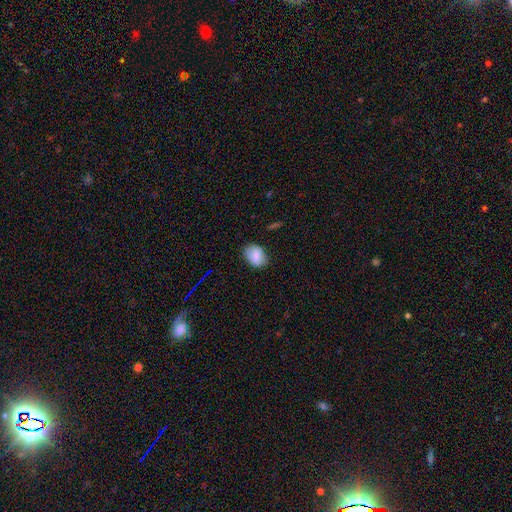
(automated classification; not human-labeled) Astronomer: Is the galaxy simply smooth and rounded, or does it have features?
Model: smooth — 77%.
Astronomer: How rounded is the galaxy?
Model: in between — 76%.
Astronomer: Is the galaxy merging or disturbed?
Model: none — 79%.